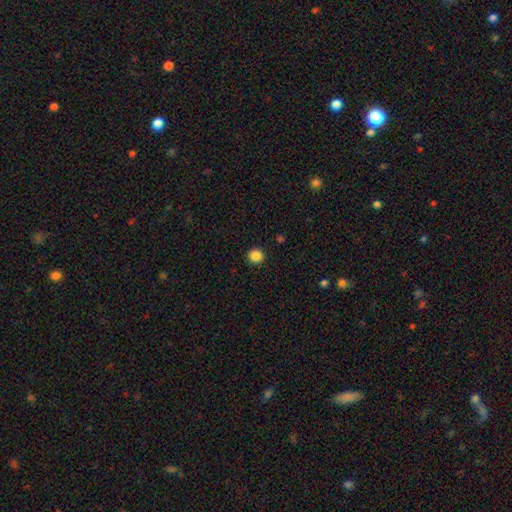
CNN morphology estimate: type=smooth (86%); roundness=round (95%); merging=none (93%).